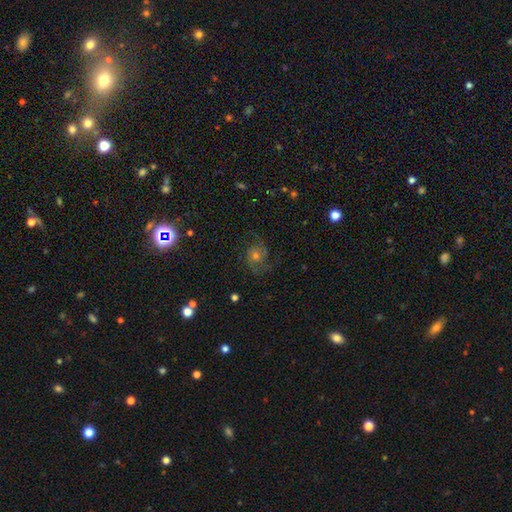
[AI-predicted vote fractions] Morphology: type=featured or disk (63%); edge-on=no (97%); bar=no (68%); spiral arms=yes (92%); winding=medium (50%); arm count=2 (46%); bulge=moderate (53%); merging=none (72%).